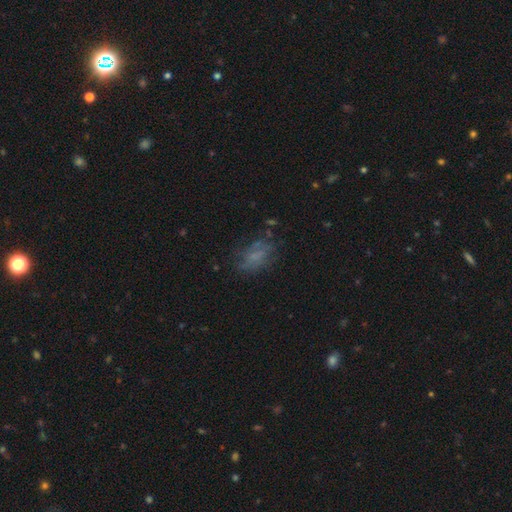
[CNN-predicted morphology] Overall: smooth (48%; featured or disk 36%). Merging: none (55%; minor disturbance 23%).